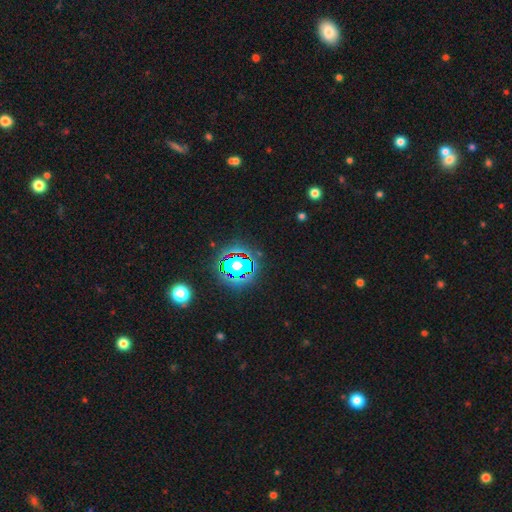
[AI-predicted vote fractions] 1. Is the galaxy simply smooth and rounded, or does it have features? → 82% star or artifact, 10% smooth, 7% featured or disk.